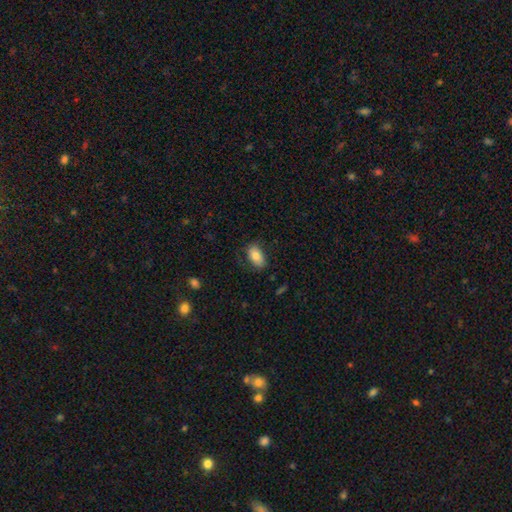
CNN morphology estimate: Smooth or featured: smooth — 79% (featured or disk — 14%)
How rounded: in between — 91% (round — 7%)
Merging: none — 75% (minor disturbance — 19%)